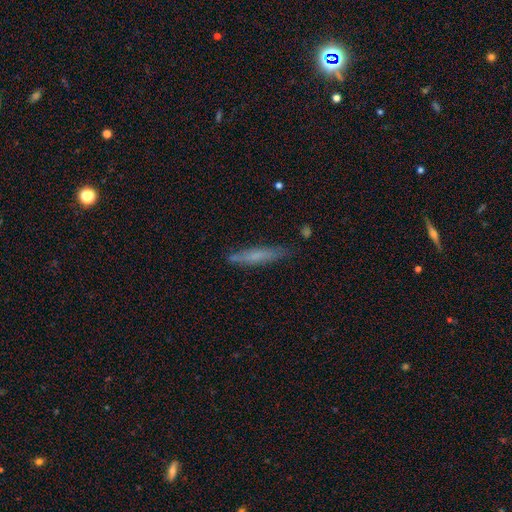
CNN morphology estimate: This is possibly a smooth galaxy (59%). How rounded: clearly cigar-shaped (92%). Merging: clearly none (80%).